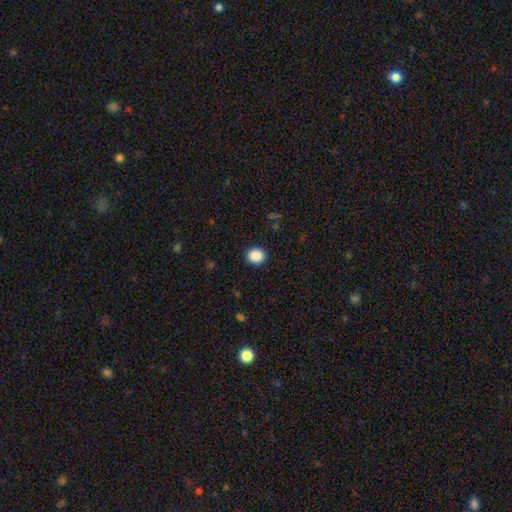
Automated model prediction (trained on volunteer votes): The model was most divided on "how rounded": round: 73%, in between: 26%, cigar-shaped: 1%. More confident: merging — none (91%); smooth or featured — smooth (89%).